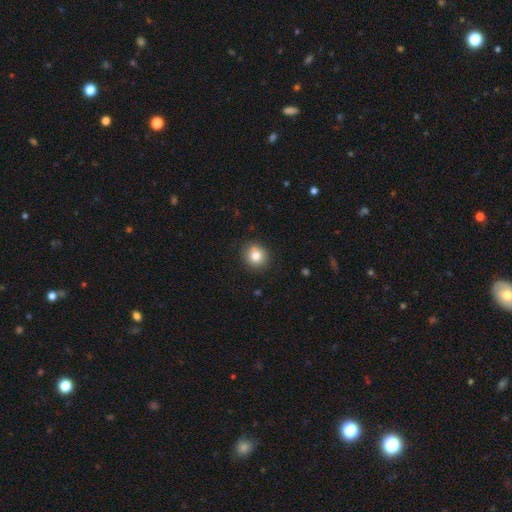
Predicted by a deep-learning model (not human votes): The model was most divided on "smooth or featured": smooth: 83%, star or artifact: 10%, featured or disk: 7%. More confident: merging — none (89%); how rounded — round (88%).